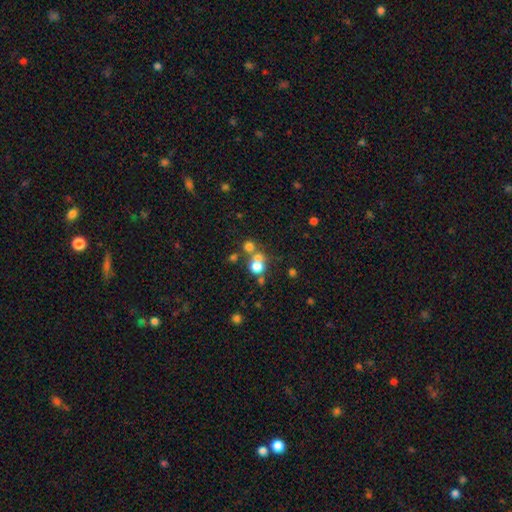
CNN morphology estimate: A smooth galaxy with no disk features (58%) that is round (82%).

Vote fractions:
- Smooth or featured? smooth: 58% / star or artifact: 26% / featured or disk: 17%
- How rounded? round: 82% / in between: 16% / cigar-shaped: 1%
- Merging? none: 49% / merger: 40% / minor disturbance: 7% / major disturbance: 5%